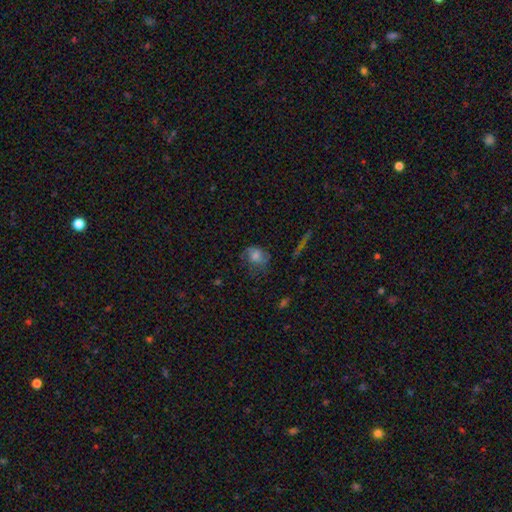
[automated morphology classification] Smooth or featured?
  - smooth: 55% *
  - featured or disk: 32%
  - star or artifact: 13%
How rounded?
  - round: 51% *
  - in between: 47%
  - cigar-shaped: 2%
Merging?
  - none: 53% *
  - minor disturbance: 26%
  - major disturbance: 19%
  - merger: 2%